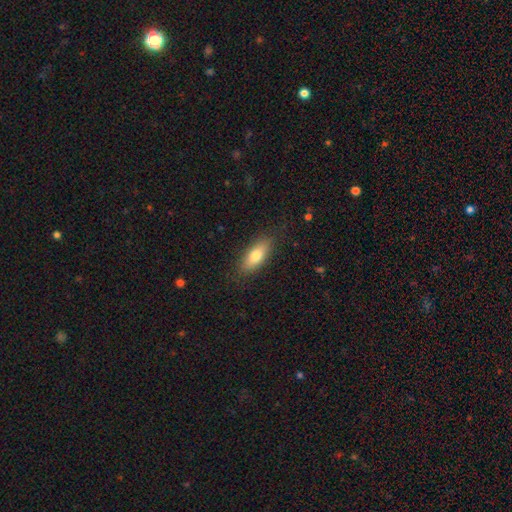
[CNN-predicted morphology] Overall: smooth (77%). How rounded: in between (76%). Merging: none (83%).